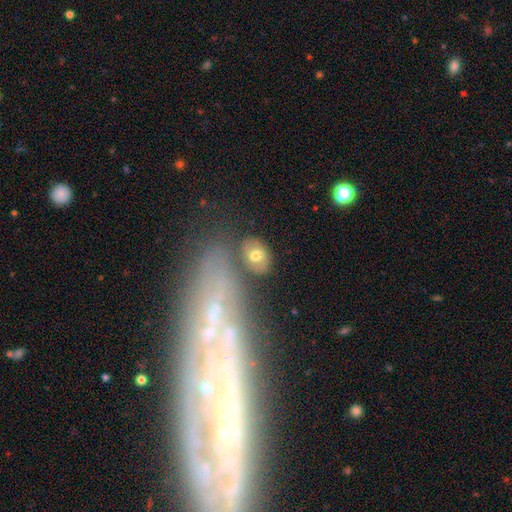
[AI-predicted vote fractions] This is likely a smooth galaxy (64%). How rounded: likely in between (69%). Merging: likely none (68%).